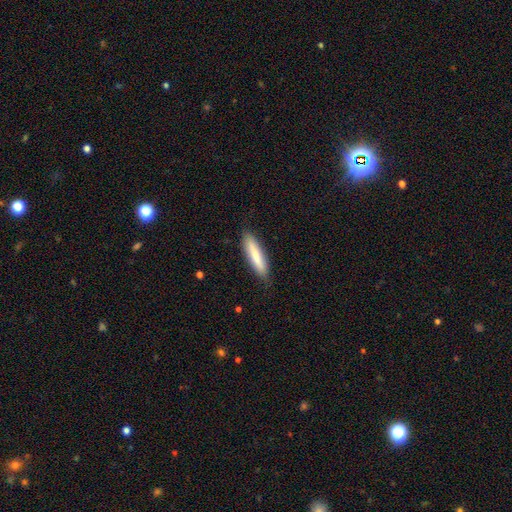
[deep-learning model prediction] smooth-or-featured: smooth: 74% | featured or disk: 20% | star or artifact: 6%
  how-rounded: cigar-shaped: 78% | in between: 21% | round: 1%
  merging: none: 85% | minor disturbance: 11% | major disturbance: 2% | merger: 1%